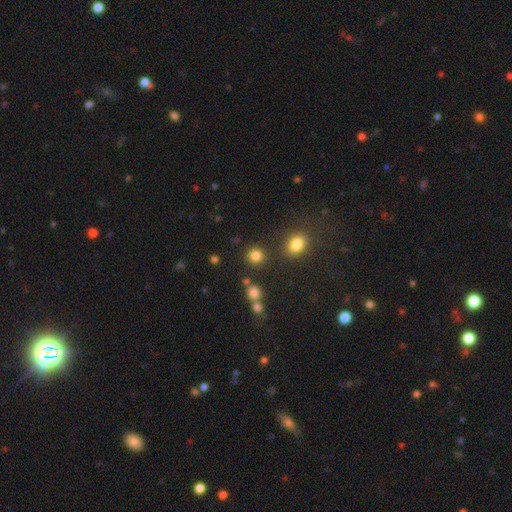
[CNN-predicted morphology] The model was most divided on "smooth or featured": smooth: 82%, star or artifact: 13%, featured or disk: 5%. More confident: how rounded — round (90%); merging — none (85%).